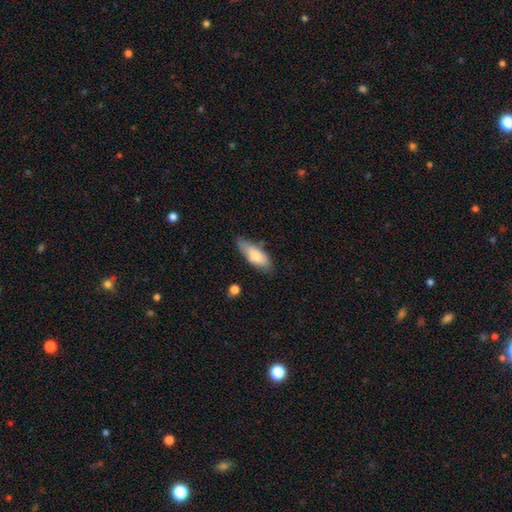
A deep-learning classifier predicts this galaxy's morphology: smooth_or_featured: smooth (p=0.78) [alt: featured or disk p=0.16]
how_rounded: in between (p=0.71) [alt: cigar-shaped p=0.27]
merging: none (p=0.68) [alt: minor disturbance p=0.25]